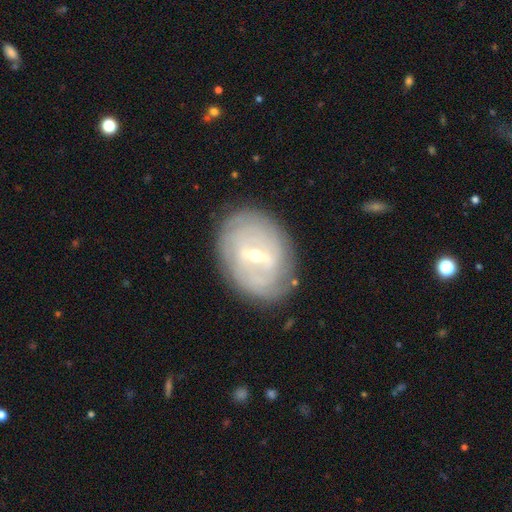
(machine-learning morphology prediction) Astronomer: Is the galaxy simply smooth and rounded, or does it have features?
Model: featured or disk — 80%.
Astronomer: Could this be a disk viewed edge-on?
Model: no — 94%.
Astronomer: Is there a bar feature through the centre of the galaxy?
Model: weak — 46% (runner-up: strong, 42%).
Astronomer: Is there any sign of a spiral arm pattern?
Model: yes — 72%.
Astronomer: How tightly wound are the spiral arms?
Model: tight — 69%.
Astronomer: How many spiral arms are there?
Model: can't tell — 51% (runner-up: 2, 28%).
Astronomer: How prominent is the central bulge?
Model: small — 53% (runner-up: moderate, 44%).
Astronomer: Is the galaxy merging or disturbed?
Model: none — 80%.